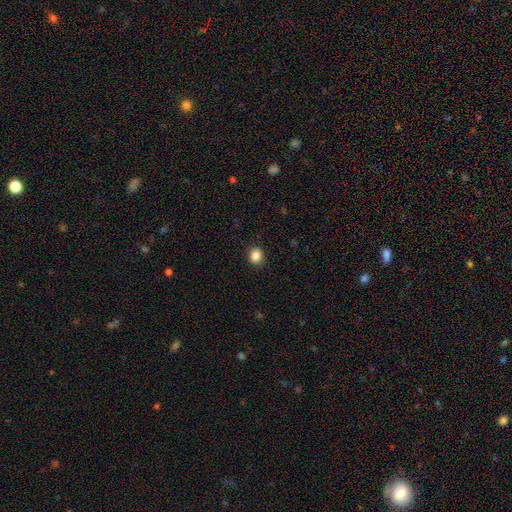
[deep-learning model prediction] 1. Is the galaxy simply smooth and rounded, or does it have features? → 86% smooth, 10% star or artifact, 3% featured or disk.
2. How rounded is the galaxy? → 72% round, 27% in between, 1% cigar-shaped.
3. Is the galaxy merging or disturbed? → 90% none, 7% minor disturbance, 2% major disturbance, 1% merger.